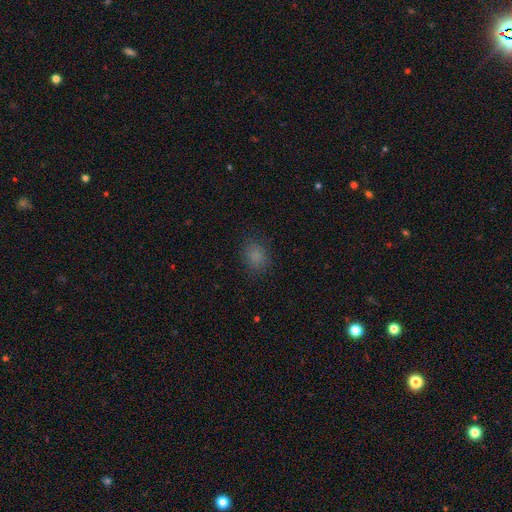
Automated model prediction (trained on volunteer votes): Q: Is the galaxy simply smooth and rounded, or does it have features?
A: smooth — 82%.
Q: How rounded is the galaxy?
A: in between — 53%.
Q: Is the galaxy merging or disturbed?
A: none — 82%.